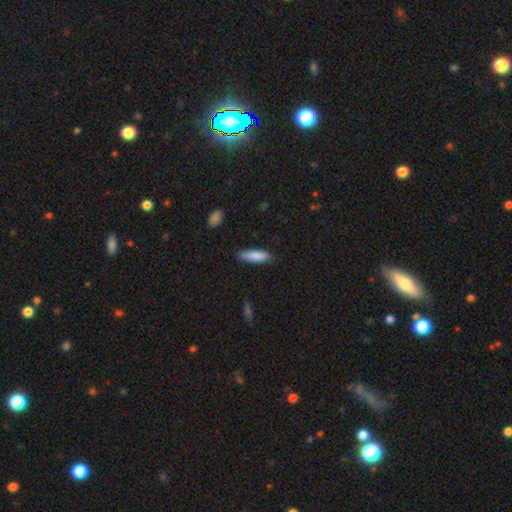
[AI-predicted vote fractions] smooth-or-featured: smooth: 85% | featured or disk: 9% | star or artifact: 6%
  how-rounded: cigar-shaped: 56% | in between: 43% | round: 1%
  merging: none: 80% | minor disturbance: 16% | major disturbance: 3% | merger: 1%